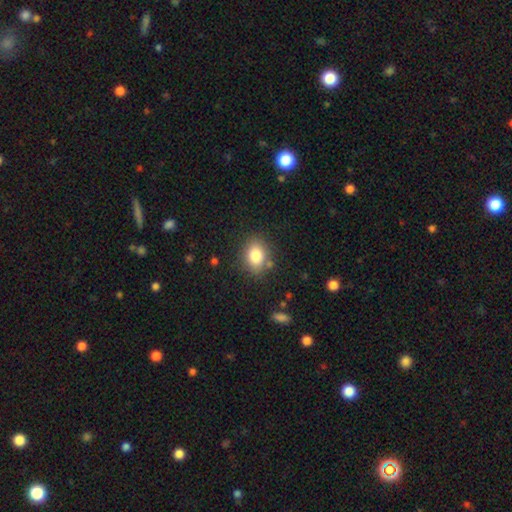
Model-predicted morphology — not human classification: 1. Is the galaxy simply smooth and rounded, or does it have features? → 83% smooth, 9% star or artifact, 8% featured or disk.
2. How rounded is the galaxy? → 69% in between, 30% round, 1% cigar-shaped.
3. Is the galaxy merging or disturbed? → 79% none, 13% minor disturbance, 4% merger, 4% major disturbance.